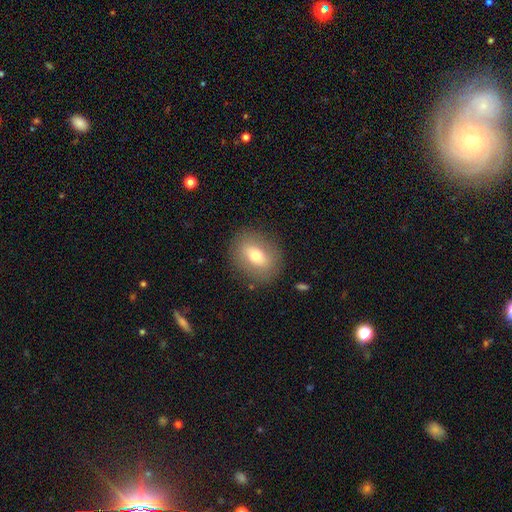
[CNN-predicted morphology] Q: Smooth or featured?
A: smooth (66%); runner-up: featured or disk (26%)
Q: How rounded?
A: in between (56%); runner-up: round (42%)
Q: Merging?
A: none (85%); runner-up: minor disturbance (10%)